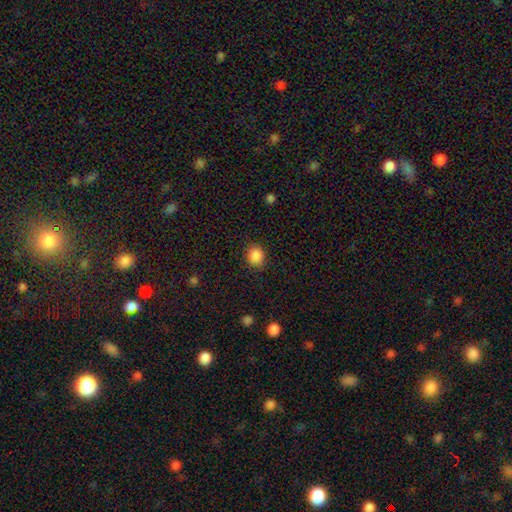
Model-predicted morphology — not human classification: Smooth or featured: smooth — 88% (star or artifact — 9%)
How rounded: round — 75% (in between — 25%)
Merging: none — 88% (minor disturbance — 9%)